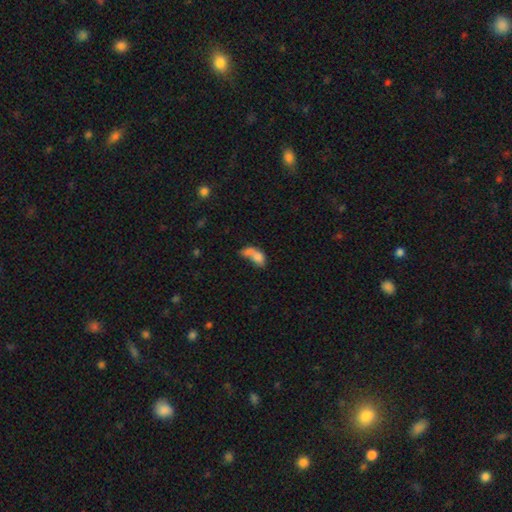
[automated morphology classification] A smooth galaxy with no disk features (69%) that is in between round and cigar-shaped (79%).

Vote fractions:
- Smooth or featured? smooth: 69% / featured or disk: 20% / star or artifact: 11%
- How rounded? in between: 79% / round: 14% / cigar-shaped: 7%
- Merging? merger: 45% / major disturbance: 23% / none: 19% / minor disturbance: 13%